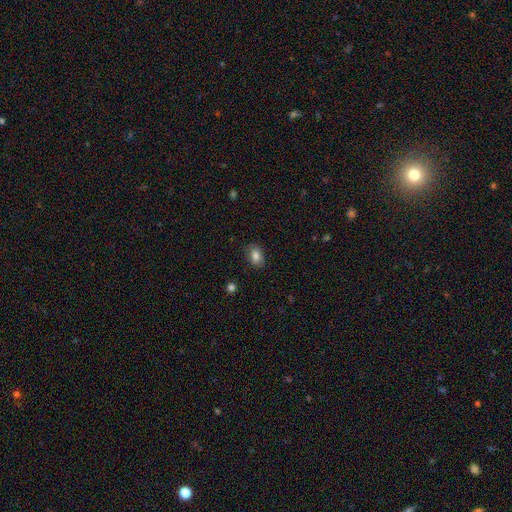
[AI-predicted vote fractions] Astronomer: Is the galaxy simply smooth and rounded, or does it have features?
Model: smooth — 83%.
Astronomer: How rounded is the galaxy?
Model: in between — 79%.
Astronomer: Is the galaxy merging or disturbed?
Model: none — 82%.